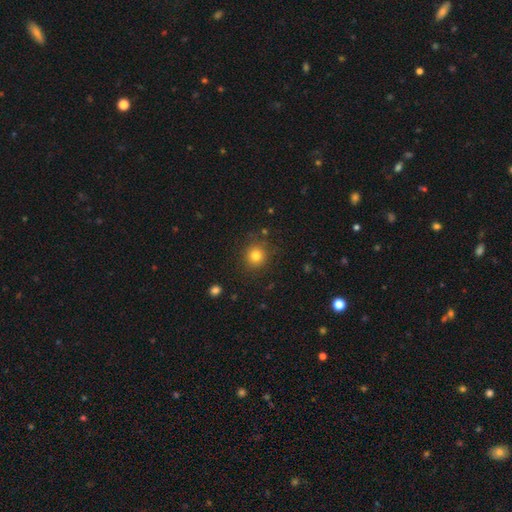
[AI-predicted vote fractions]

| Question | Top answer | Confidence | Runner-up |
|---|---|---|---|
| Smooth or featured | smooth | 81% | star or artifact (13%) |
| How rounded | round | 89% | in between (10%) |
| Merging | none | 86% | minor disturbance (9%) |